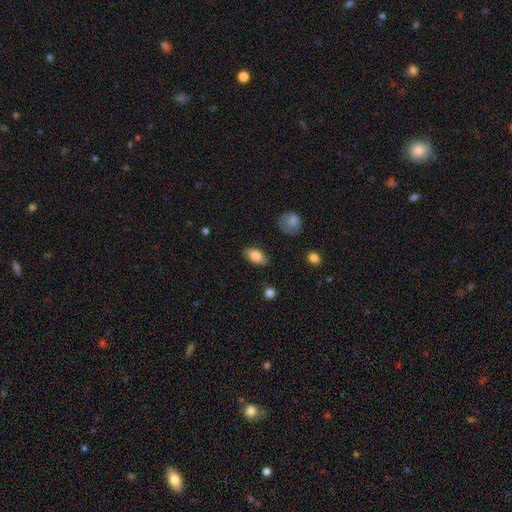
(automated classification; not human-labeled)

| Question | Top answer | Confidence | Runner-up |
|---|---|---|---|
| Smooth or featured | smooth | 82% | featured or disk (11%) |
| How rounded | in between | 92% | round (5%) |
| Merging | none | 81% | minor disturbance (14%) |